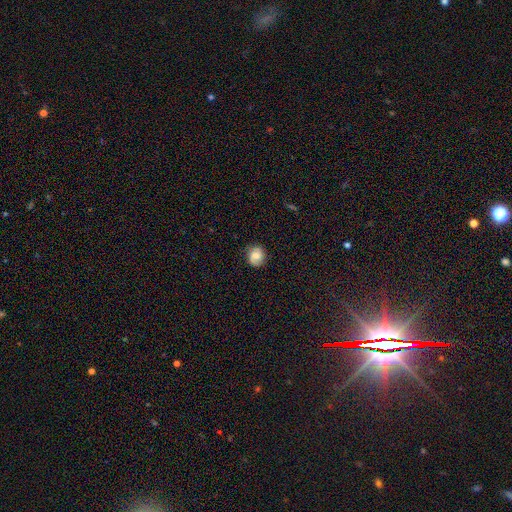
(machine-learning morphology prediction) The model was most divided on "smooth or featured": smooth: 62%, featured or disk: 28%, star or artifact: 9%. More confident: merging — none (81%); how rounded — round (76%).